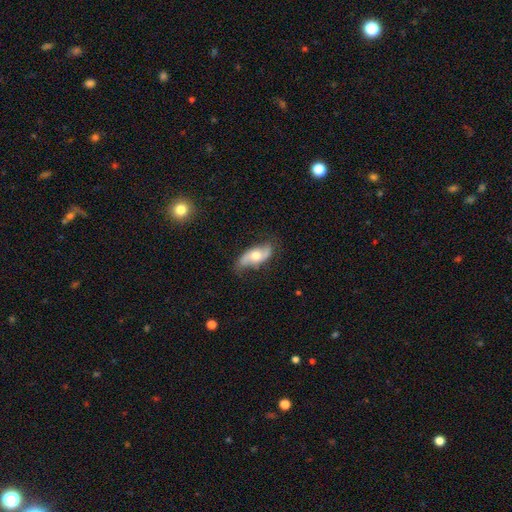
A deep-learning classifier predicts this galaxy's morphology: Smooth or featured?
  - featured or disk: 60% *
  - smooth: 34%
  - star or artifact: 6%
Edge-on disk?
  - no: 86% *
  - yes: 14%
Bar?
  - no: 70% *
  - weak: 23%
  - strong: 7%
Spiral arms?
  - yes: 82% *
  - no: 18%
Bulge size?
  - moderate: 72% *
  - large: 14%
  - small: 11%
  - dominant: 1%
  - none: 1%
Merging?
  - none: 71% *
  - minor disturbance: 22%
  - major disturbance: 6%
  - merger: 2%